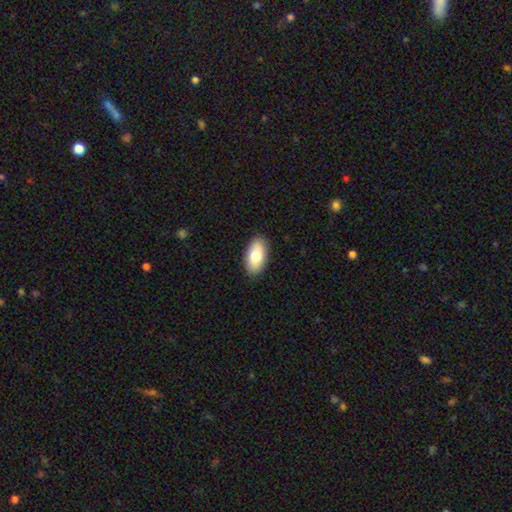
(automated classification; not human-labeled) The model was most divided on "smooth or featured": smooth: 79%, featured or disk: 15%, star or artifact: 6%. More confident: how rounded — in between (93%); merging — none (88%).